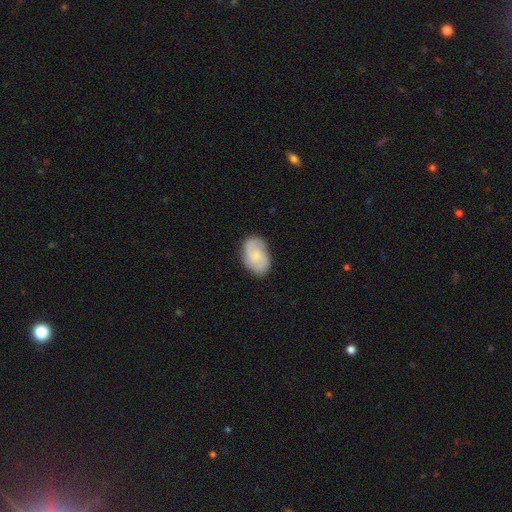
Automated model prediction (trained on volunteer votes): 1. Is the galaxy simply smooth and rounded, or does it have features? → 52% smooth, 41% featured or disk, 7% star or artifact.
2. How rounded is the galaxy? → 86% in between, 13% round, 1% cigar-shaped.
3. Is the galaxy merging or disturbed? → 78% none, 17% minor disturbance, 4% major disturbance, 1% merger.